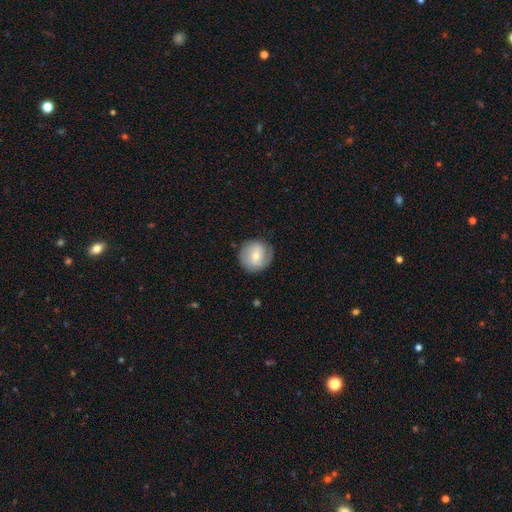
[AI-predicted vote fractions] Morphology: type=featured or disk (49%); merging=none (80%).